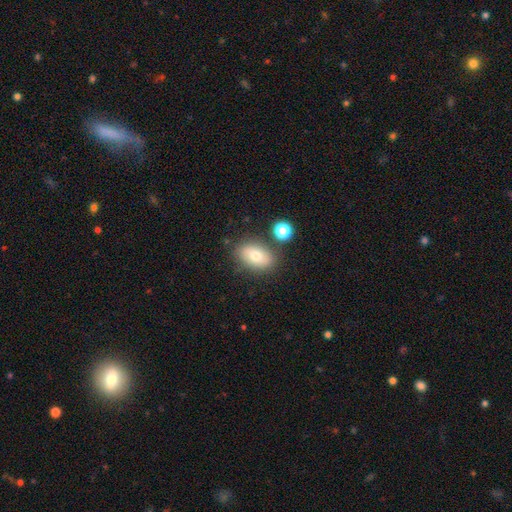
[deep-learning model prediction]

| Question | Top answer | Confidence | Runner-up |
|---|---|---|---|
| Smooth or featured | smooth | 73% | featured or disk (17%) |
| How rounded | in between | 87% | round (11%) |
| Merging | none | 78% | minor disturbance (12%) |